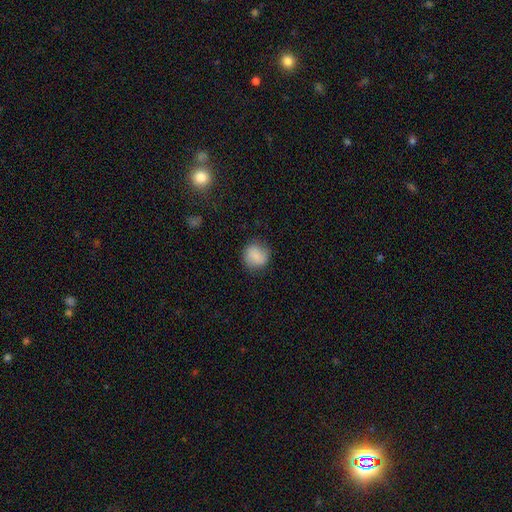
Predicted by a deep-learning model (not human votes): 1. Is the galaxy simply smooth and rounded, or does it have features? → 83% smooth, 9% featured or disk, 8% star or artifact.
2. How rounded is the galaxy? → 84% round, 15% in between, 1% cigar-shaped.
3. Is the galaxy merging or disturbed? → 81% none, 13% minor disturbance, 4% major disturbance, 1% merger.